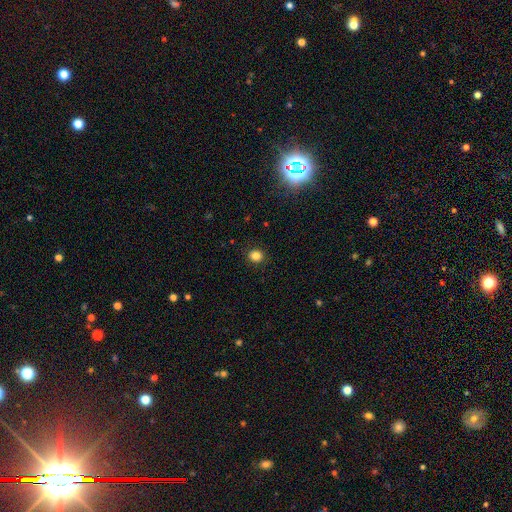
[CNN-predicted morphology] Smooth or featured? Predicted: smooth (p=0.84). How rounded? Predicted: round (p=0.81). Merging? Predicted: none (p=0.91).